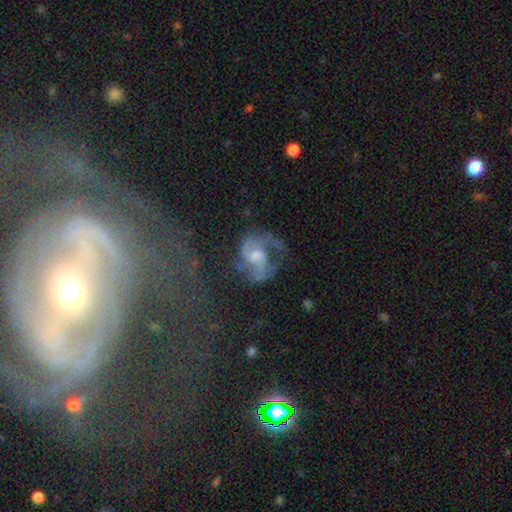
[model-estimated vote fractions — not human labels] Overall: featured or disk (78%). Edge-on disk: no (98%). Bar: no (45%; weak 44%). Spiral arms: yes (89%). Spiral arm count: 2 (76%). Spiral winding: medium (49%; loose 32%). Bulge size: moderate (50%; small 29%). Merging: none (51%; major disturbance 24%).